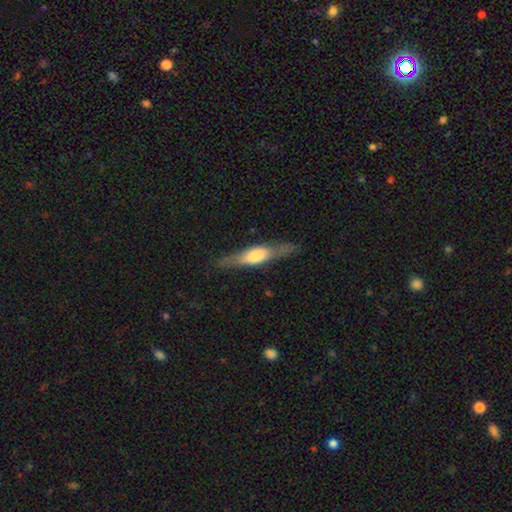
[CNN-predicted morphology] This appears to be a featured or disk galaxy (56%) viewed edge-on (90%) with a rounded central bulge (71%). Merging: none (81%).